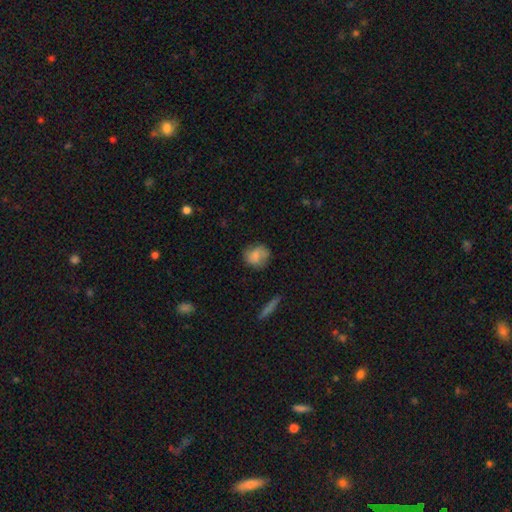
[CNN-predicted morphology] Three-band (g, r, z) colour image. It shows a smooth galaxy with no disk features (74%) that is round (71%). Merging: none (63%).